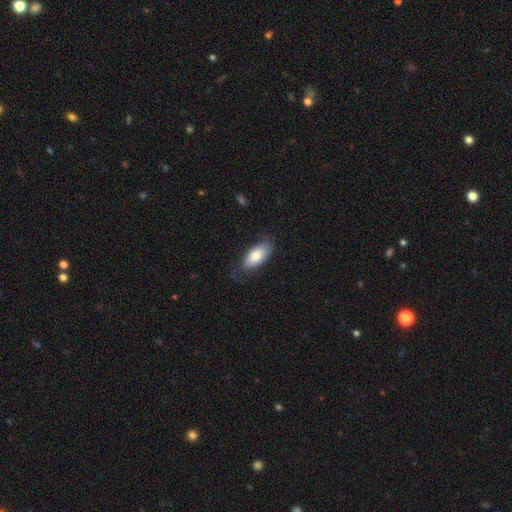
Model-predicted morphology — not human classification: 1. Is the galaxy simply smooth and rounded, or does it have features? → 78% smooth, 16% featured or disk, 6% star or artifact.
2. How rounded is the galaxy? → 91% in between, 7% cigar-shaped, 3% round.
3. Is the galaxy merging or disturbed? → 71% none, 22% minor disturbance, 6% major disturbance, 1% merger.